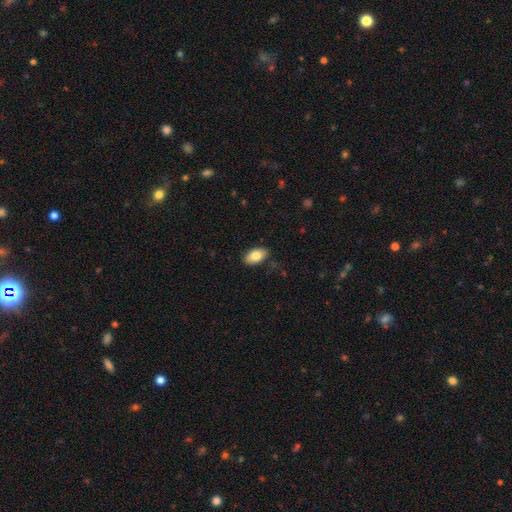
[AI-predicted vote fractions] Smooth or featured? Predicted: smooth (p=0.81). How rounded? Predicted: in between (p=0.93). Merging? Predicted: none (p=0.87).